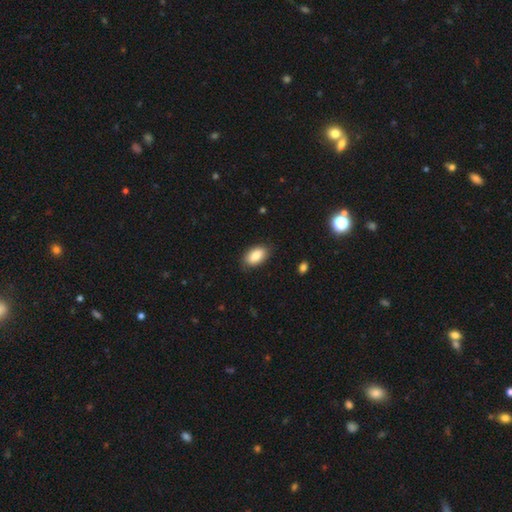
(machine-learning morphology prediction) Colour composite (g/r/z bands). It shows a smooth galaxy with no disk features (85%) that is in between round and cigar-shaped (93%). Merging: none (84%).